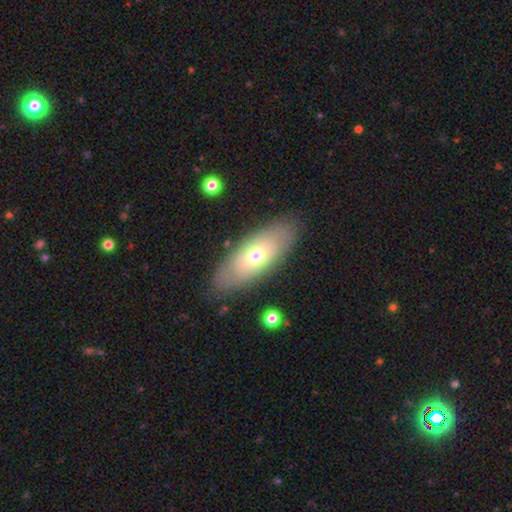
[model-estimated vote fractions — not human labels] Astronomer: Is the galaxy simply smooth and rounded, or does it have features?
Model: smooth — 54% (runner-up: featured or disk, 39%).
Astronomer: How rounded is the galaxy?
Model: in between — 78%.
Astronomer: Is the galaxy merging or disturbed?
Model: none — 84%.